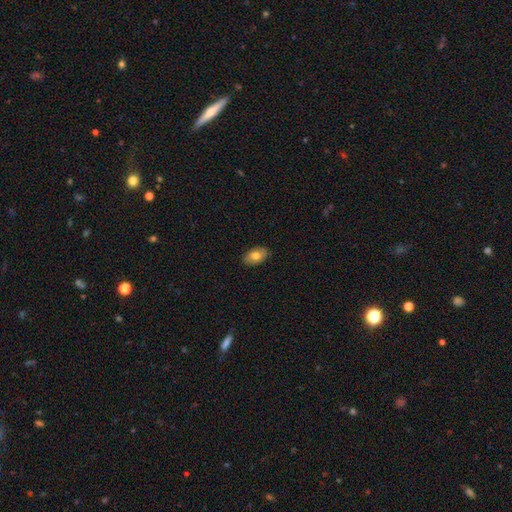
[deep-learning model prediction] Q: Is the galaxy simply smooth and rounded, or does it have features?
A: smooth — 72%.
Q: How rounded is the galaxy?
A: in between — 90%.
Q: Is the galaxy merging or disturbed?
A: none — 86%.